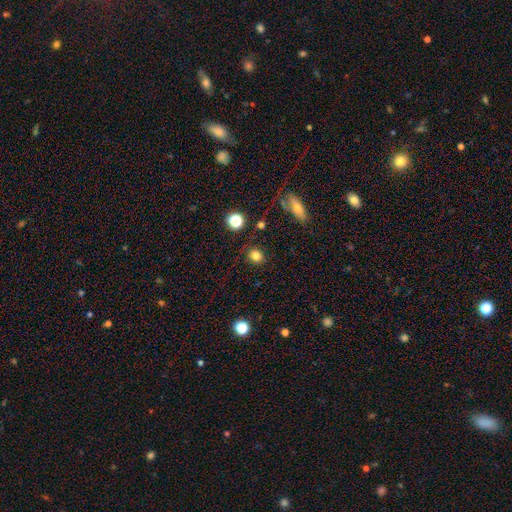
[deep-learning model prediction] Smooth or featured?
  - smooth: 82% *
  - star or artifact: 12%
  - featured or disk: 5%
How rounded?
  - round: 83% *
  - in between: 16%
  - cigar-shaped: 1%
Merging?
  - none: 88% *
  - minor disturbance: 7%
  - major disturbance: 2%
  - merger: 2%